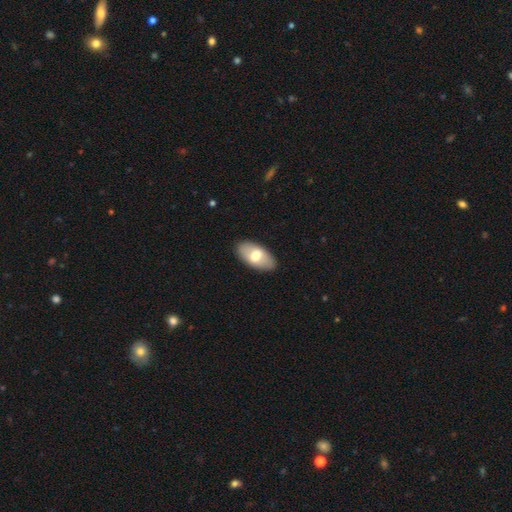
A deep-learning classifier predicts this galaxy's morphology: Smooth or featured: smooth — 63% (featured or disk — 31%)
How rounded: in between — 93% (round — 3%)
Merging: none — 87% (minor disturbance — 9%)